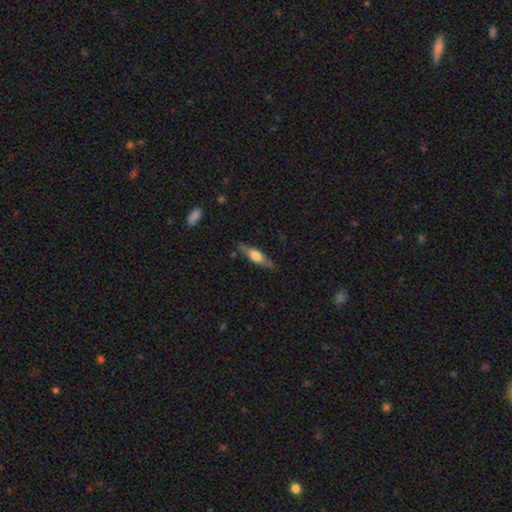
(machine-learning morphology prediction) Smooth or featured? Predicted: smooth (p=0.47, tied with featured or disk). Merging? Predicted: none (p=0.80).